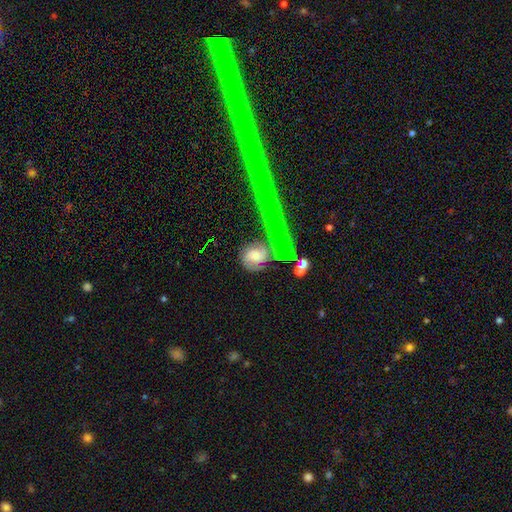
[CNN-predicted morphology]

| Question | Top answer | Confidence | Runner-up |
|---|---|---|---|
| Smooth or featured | featured or disk | 46% | smooth (40%) |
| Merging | none | 56% | minor disturbance (20%) |